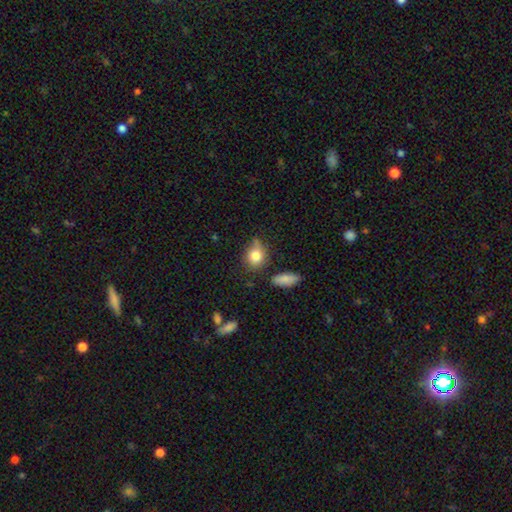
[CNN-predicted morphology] Smooth or featured?
  - smooth: 82% *
  - featured or disk: 9%
  - star or artifact: 9%
How rounded?
  - round: 59% *
  - in between: 39%
  - cigar-shaped: 2%
Merging?
  - none: 61% *
  - minor disturbance: 24%
  - merger: 9%
  - major disturbance: 6%